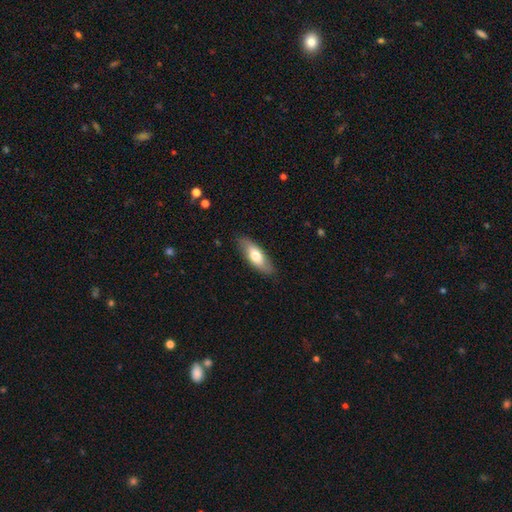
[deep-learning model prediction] This is likely a smooth galaxy (64%). How rounded: likely in between (66%). Merging: clearly none (84%).